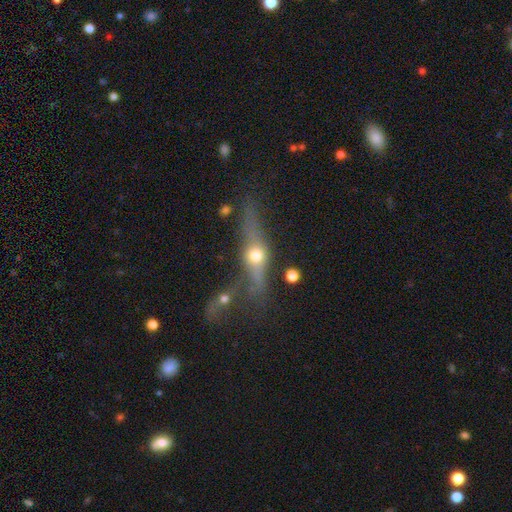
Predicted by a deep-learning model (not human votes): A featured or disk galaxy (61%) viewed edge-on (77%).

Vote fractions:
- Smooth or featured? featured or disk: 61% / smooth: 27% / star or artifact: 12%
- Edge-on disk? yes: 77% / no: 23%
- Merging? none: 52% / minor disturbance: 17% / merger: 16% / major disturbance: 14%